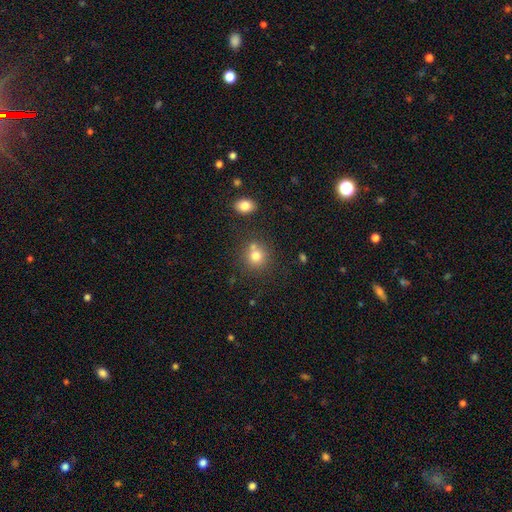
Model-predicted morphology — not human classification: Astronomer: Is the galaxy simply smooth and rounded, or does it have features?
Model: smooth — 77%.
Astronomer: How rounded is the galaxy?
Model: round — 86%.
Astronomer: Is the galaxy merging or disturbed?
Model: none — 63%.